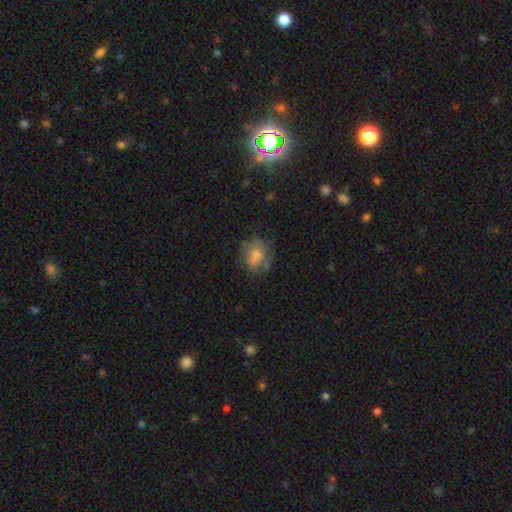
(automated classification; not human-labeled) smooth_or_featured: smooth (p=0.59) [alt: featured or disk p=0.31]
how_rounded: round (p=0.57) [alt: in between p=0.42]
merging: none (p=0.56) [alt: minor disturbance p=0.24]